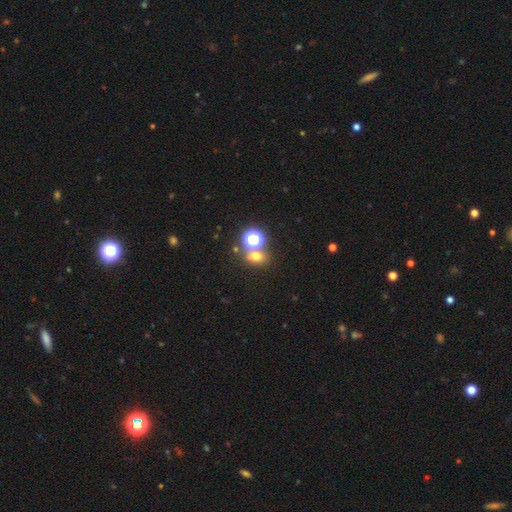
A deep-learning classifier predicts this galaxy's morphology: The model was most divided on "smooth or featured": smooth: 60%, star or artifact: 31%, featured or disk: 10%. More confident: how rounded — round (65%); merging — none (63%).